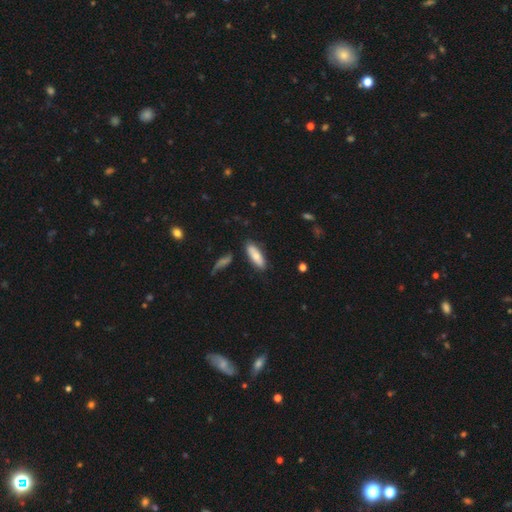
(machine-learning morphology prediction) Smooth or featured?
  - smooth: 70% *
  - featured or disk: 23%
  - star or artifact: 6%
How rounded?
  - in between: 62% *
  - cigar-shaped: 36%
  - round: 2%
Merging?
  - none: 78% *
  - minor disturbance: 14%
  - merger: 4%
  - major disturbance: 3%